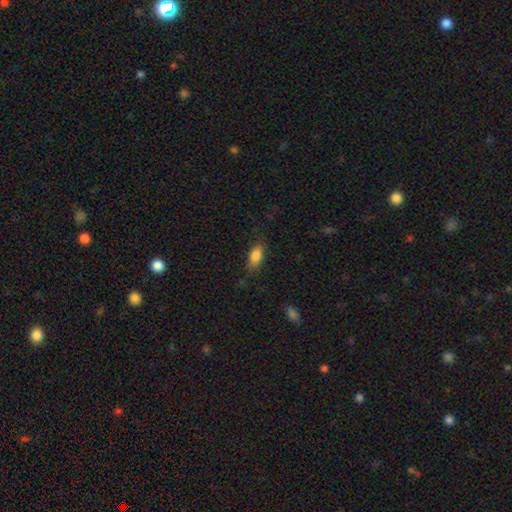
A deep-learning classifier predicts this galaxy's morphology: Smooth or featured?
  - smooth: 82% *
  - featured or disk: 10%
  - star or artifact: 8%
How rounded?
  - in between: 80% *
  - cigar-shaped: 17%
  - round: 3%
Merging?
  - none: 75% *
  - minor disturbance: 18%
  - major disturbance: 5%
  - merger: 1%